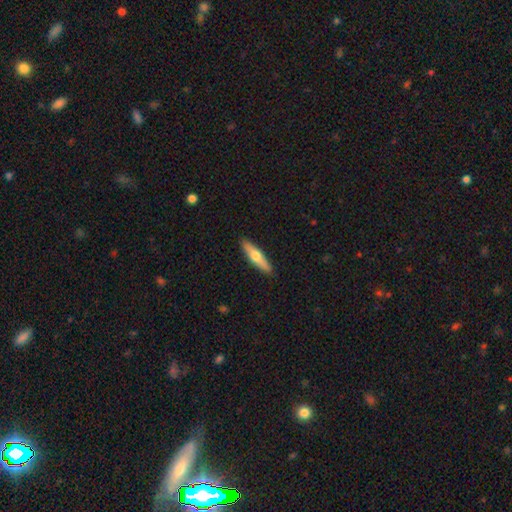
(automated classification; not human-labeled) This appears to be a smooth galaxy with no disk features (58%) that is cigar-shaped (78%). Merging: none (90%).